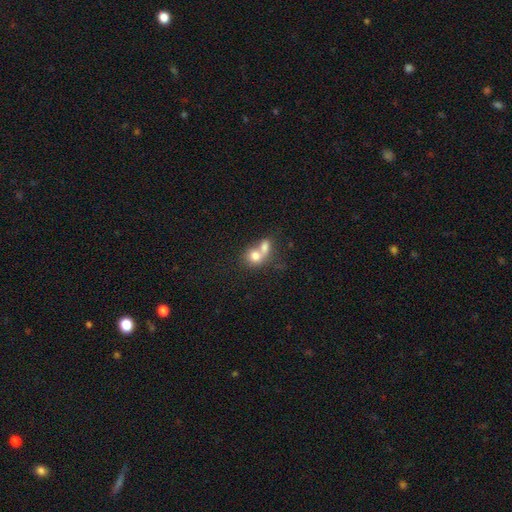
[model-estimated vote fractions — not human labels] smooth 75%, featured or disk 16%, star or artifact 9%. Down the decision tree: how rounded — round (61%); merging — merger (71%).